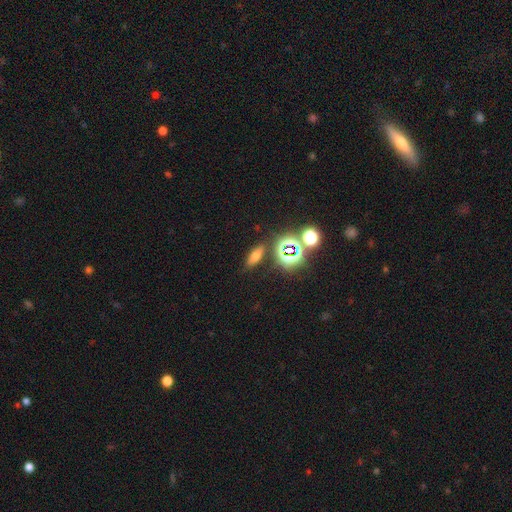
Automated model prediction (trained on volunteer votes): A smooth galaxy with no disk features (55%) that is in between round and cigar-shaped (59%). Merging: none (82%).